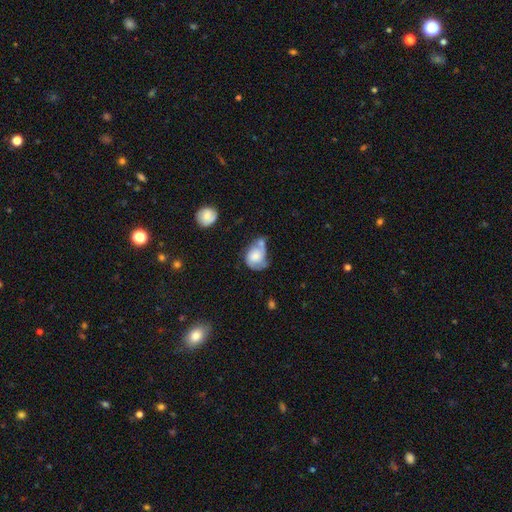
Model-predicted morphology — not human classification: This appears to be a smooth galaxy with no disk features (50%) that is round (54%). Merging: merger (30%).